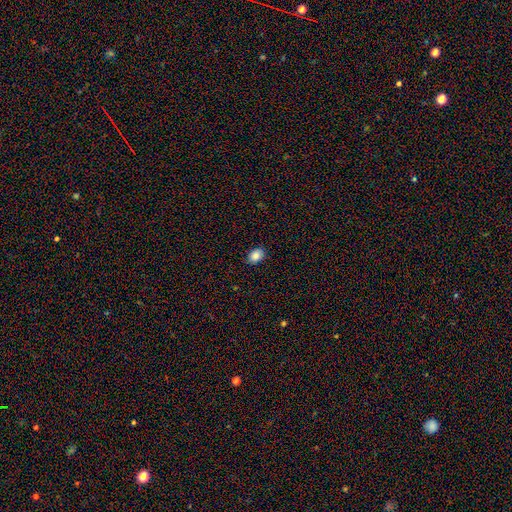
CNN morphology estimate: Q: Smooth or featured?
A: smooth (86%); runner-up: star or artifact (9%)
Q: How rounded?
A: in between (73%); runner-up: round (26%)
Q: Merging?
A: none (88%); runner-up: minor disturbance (9%)